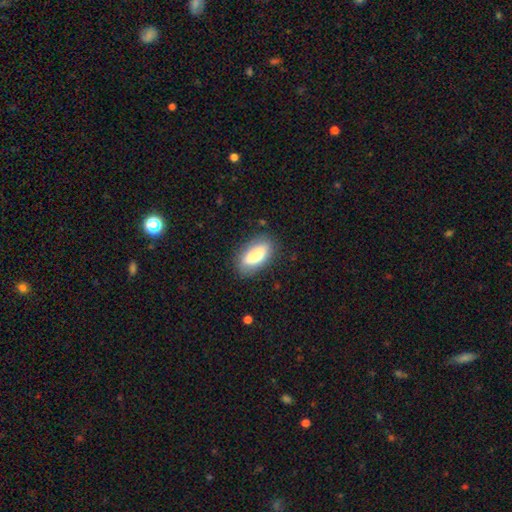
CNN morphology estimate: Q: Smooth or featured?
A: smooth (77%); runner-up: featured or disk (16%)
Q: How rounded?
A: in between (82%); runner-up: cigar-shaped (15%)
Q: Merging?
A: none (81%); runner-up: minor disturbance (14%)